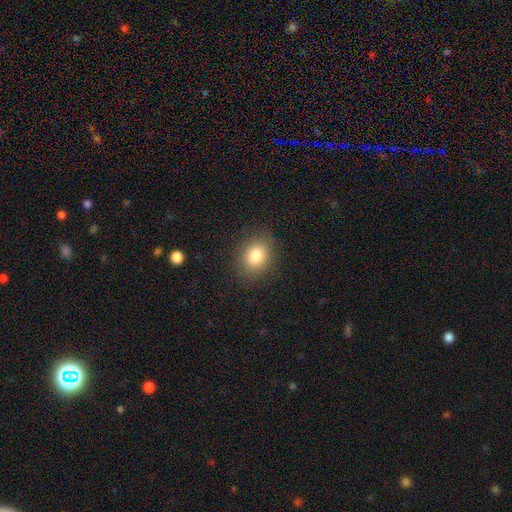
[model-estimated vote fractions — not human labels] smooth 82%, star or artifact 11%, featured or disk 7%. Down the decision tree: how rounded — round (52%); merging — none (86%).